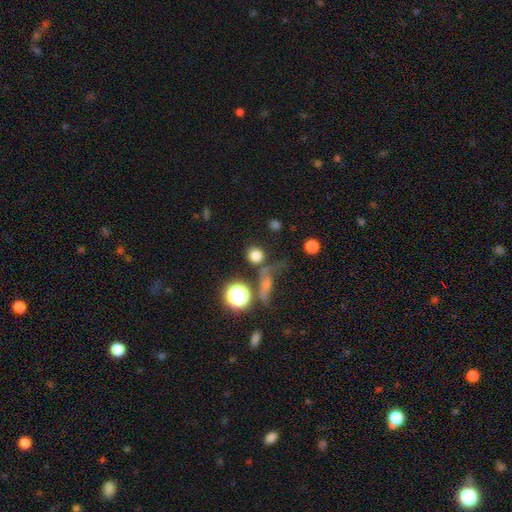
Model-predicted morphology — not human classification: The model was most divided on "merging": none: 70%, merger: 13%, minor disturbance: 10%, major disturbance: 7%. More confident: how rounded — round (89%); smooth or featured — smooth (76%).